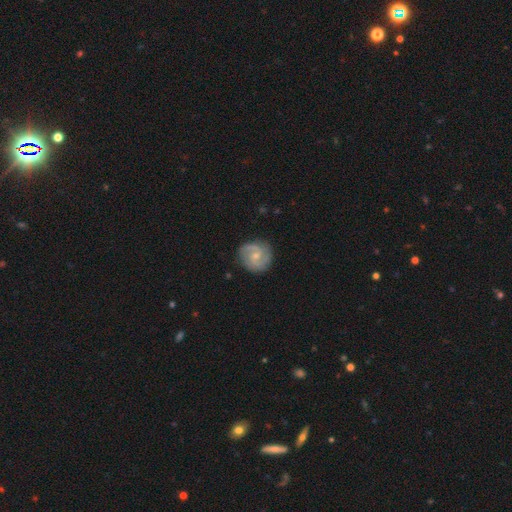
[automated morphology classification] The model was most divided on "bar": no: 48%, weak: 45%, strong: 7%. Remaining: edge-on disk — no (98%); spiral arms — yes (95%); merging — none (82%); spiral arm count — 2 (81%); smooth or featured — featured or disk (79%); bulge size — small (61%); spiral winding — medium (48%).